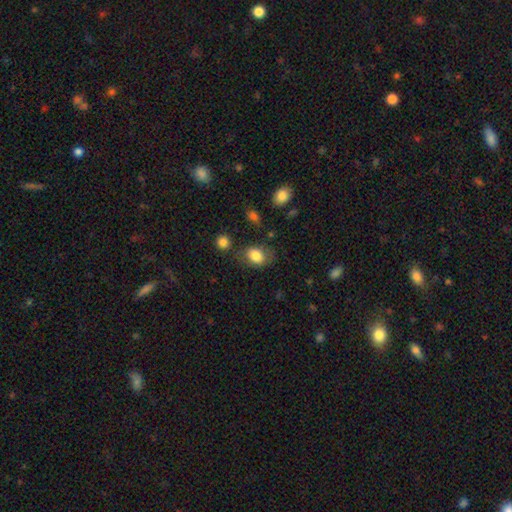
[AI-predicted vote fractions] The model was most divided on "how rounded": in between: 69%, round: 30%, cigar-shaped: 1%. More confident: smooth or featured — smooth (82%); merging — none (67%).